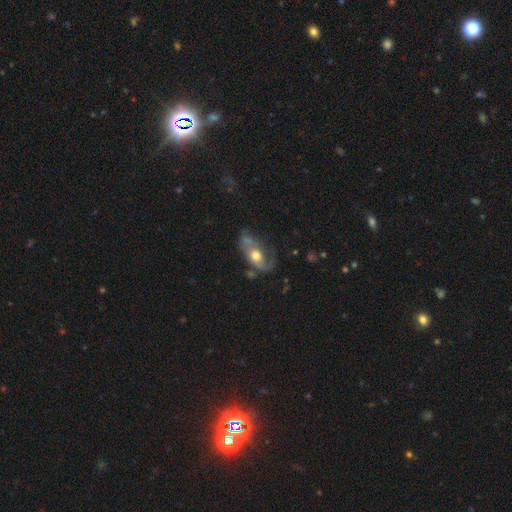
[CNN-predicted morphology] smooth-or-featured: featured or disk: 59% | smooth: 34% | star or artifact: 7%
  disk-edge-on: no: 90% | yes: 10%
    bar: no: 78% | weak: 16% | strong: 6%
    has-spiral-arms: yes: 61% | no: 39%
    bulge-size: moderate: 69% | large: 19% | small: 9% | dominant: 2% | none: 1%
  merging: none: 34% | major disturbance: 33% | minor disturbance: 26% | merger: 8%